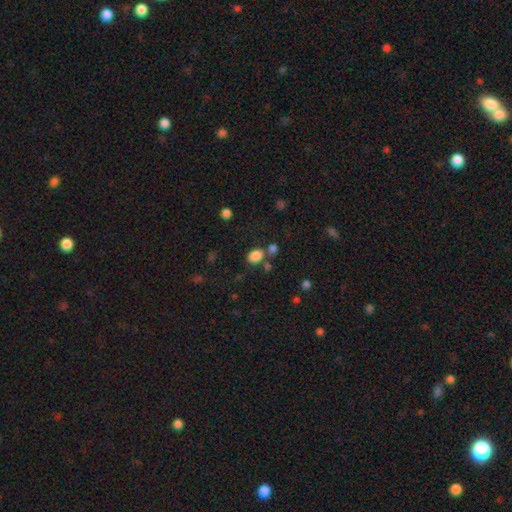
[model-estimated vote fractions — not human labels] smooth 84%, star or artifact 11%, featured or disk 5%. Down the decision tree: how rounded — in between (64%); merging — none (66%).